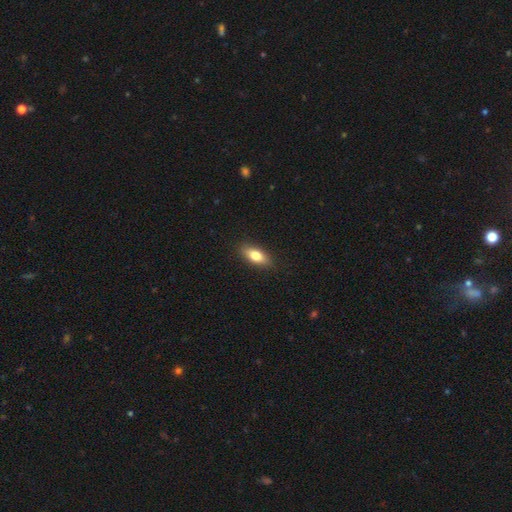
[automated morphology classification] Overall: smooth (77%). How rounded: in between (78%). Merging: none (88%).